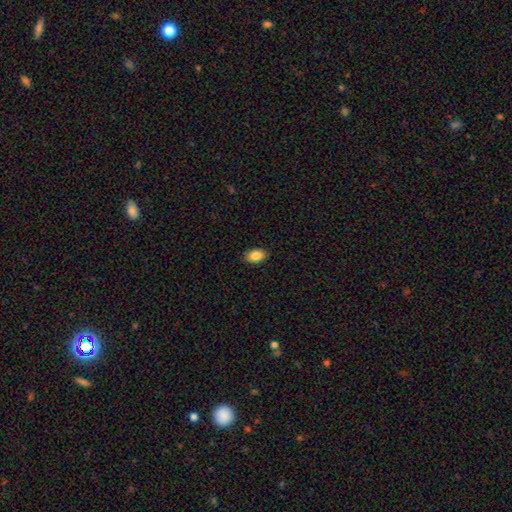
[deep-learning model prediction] The model was most divided on "how rounded": in between: 88%, round: 11%, cigar-shaped: 1%. More confident: merging — none (89%); smooth or featured — smooth (88%).